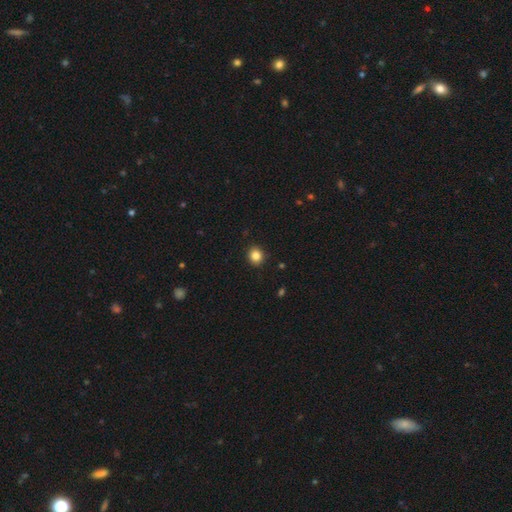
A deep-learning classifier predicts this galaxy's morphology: Smooth or featured? Predicted: smooth (p=0.85). How rounded? Predicted: round (p=0.79). Merging? Predicted: none (p=0.91).